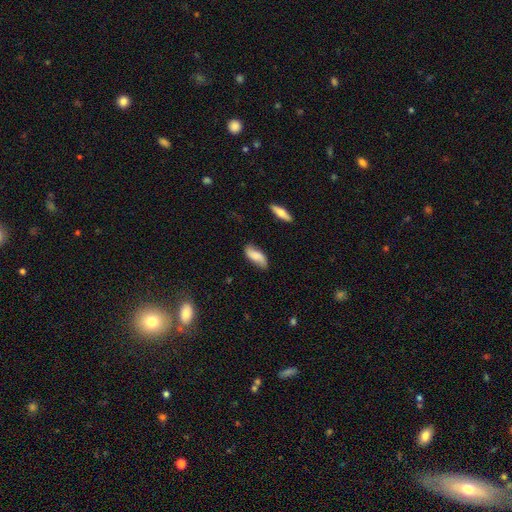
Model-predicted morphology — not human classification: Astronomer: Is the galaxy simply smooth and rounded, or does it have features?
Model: smooth — 62%.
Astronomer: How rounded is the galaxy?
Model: in between — 80%.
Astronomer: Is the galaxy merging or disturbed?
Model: none — 73%.